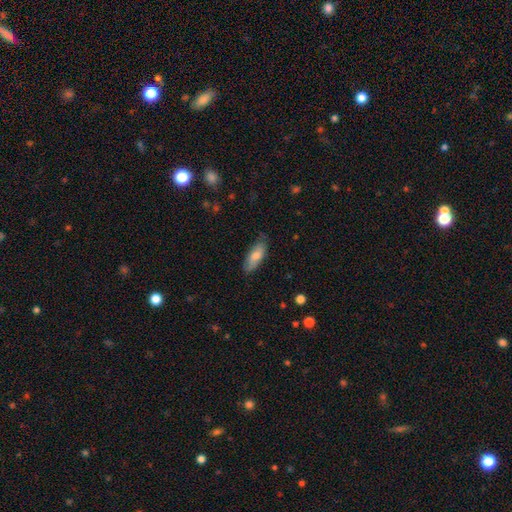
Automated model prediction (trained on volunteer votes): Smooth or featured?
  - smooth: 72% *
  - featured or disk: 22%
  - star or artifact: 6%
How rounded?
  - in between: 68% *
  - cigar-shaped: 30%
  - round: 2%
Merging?
  - none: 77% *
  - minor disturbance: 18%
  - major disturbance: 3%
  - merger: 1%